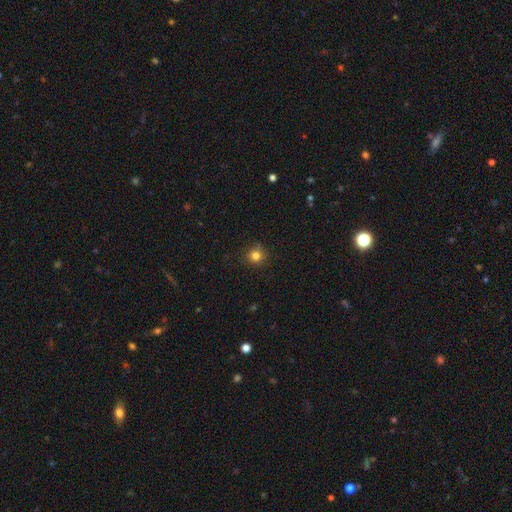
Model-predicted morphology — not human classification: smooth 81%, star or artifact 14%, featured or disk 5%. Down the decision tree: how rounded — round (92%); merging — none (87%).